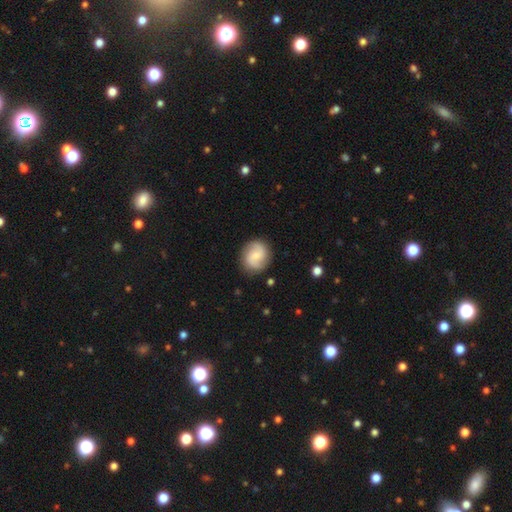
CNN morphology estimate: smooth-or-featured: featured or disk: 59% | smooth: 35% | star or artifact: 7%
  disk-edge-on: no: 98% | yes: 2%
    bar: no: 51% | weak: 40% | strong: 9%
    has-spiral-arms: yes: 91% | no: 9%
      spiral-winding: medium: 41% | loose: 39% | tight: 20%
      spiral-arm-count: 2: 88% | can't tell: 6% | 3: 2% | 1: 2% | 4: 1% | more than 4: 1%
    bulge-size: small: 55% | moderate: 36% | none: 5% | large: 3% | dominant: 1%
  merging: none: 86% | minor disturbance: 10% | major disturbance: 3% | merger: 1%